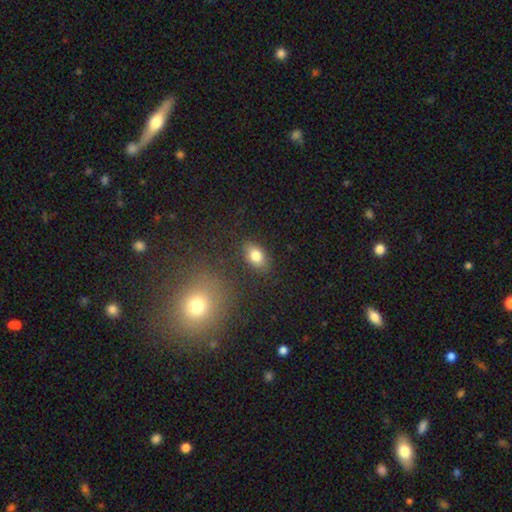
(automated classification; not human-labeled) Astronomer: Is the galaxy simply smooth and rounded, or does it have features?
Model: smooth — 79%.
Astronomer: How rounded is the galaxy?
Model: in between — 87%.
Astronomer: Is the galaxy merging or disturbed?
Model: none — 84%.